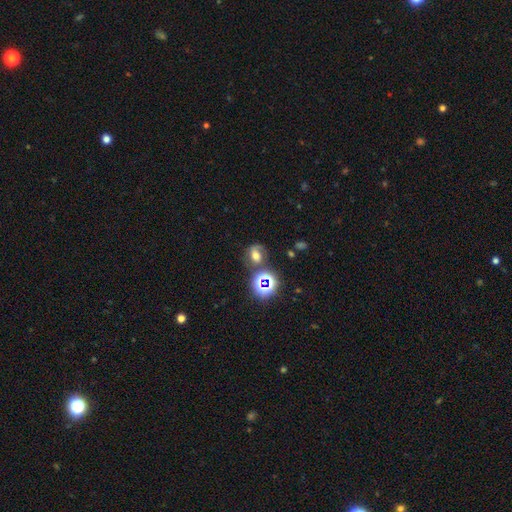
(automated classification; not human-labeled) Morphology: type=featured or disk (38%); merging=none (61%).